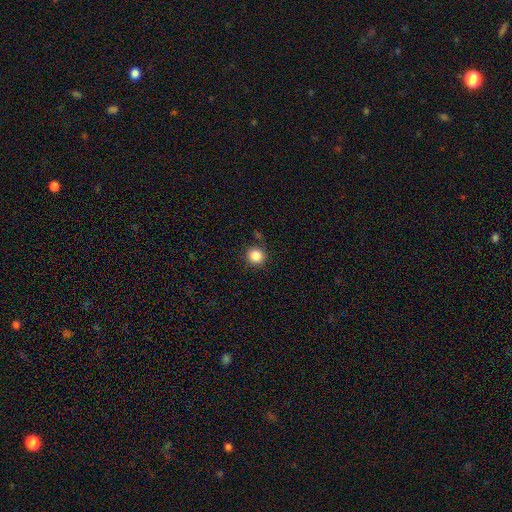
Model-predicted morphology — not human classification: A smooth galaxy with no disk features (85%) that is round (93%). Merging: none (85%).